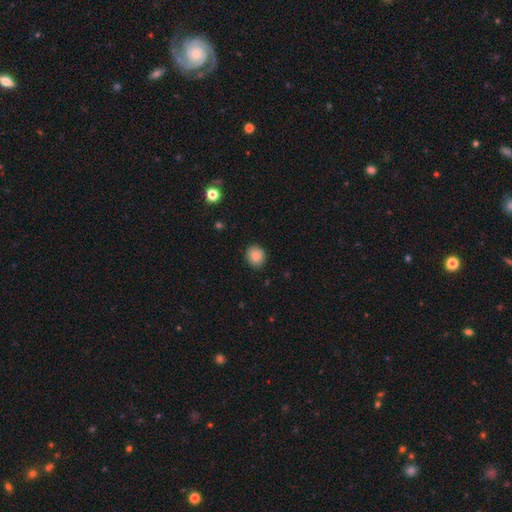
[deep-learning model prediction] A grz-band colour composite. It shows a smooth galaxy with no disk features (87%) that is round (79%). Merging: none (89%).